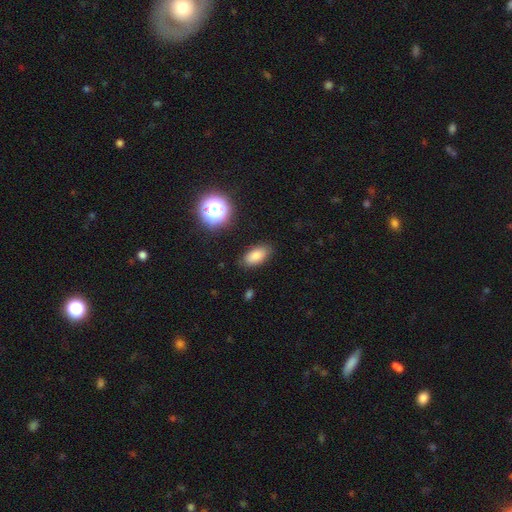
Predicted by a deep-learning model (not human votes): This is clearly a smooth galaxy (82%). How rounded: clearly in between (90%). Merging: clearly none (84%).